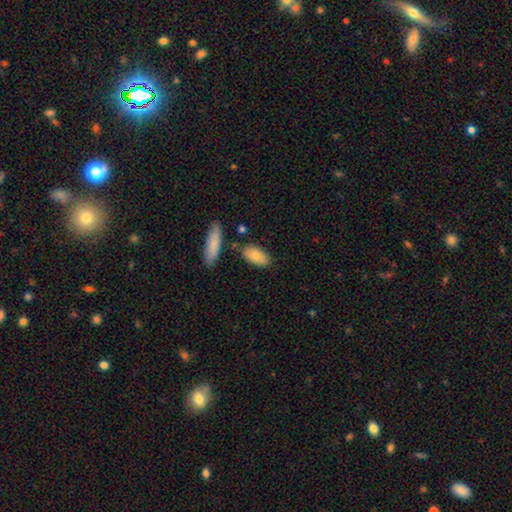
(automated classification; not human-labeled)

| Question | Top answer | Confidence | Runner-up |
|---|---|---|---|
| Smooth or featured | smooth | 79% | featured or disk (14%) |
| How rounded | in between | 90% | cigar-shaped (6%) |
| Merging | none | 77% | minor disturbance (14%) |